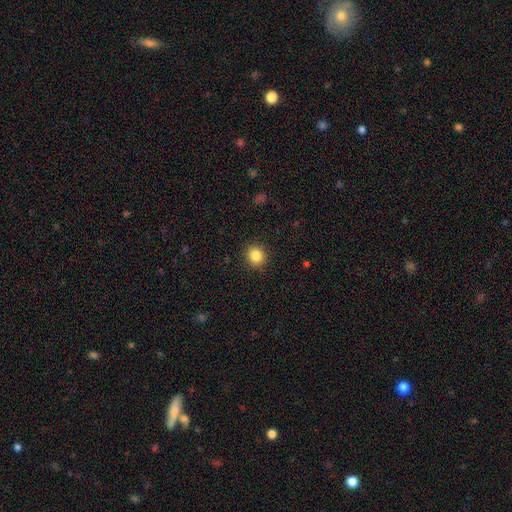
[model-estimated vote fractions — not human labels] Smooth or featured? smooth (84%)
How rounded? round (84%)
Merging? none (91%)